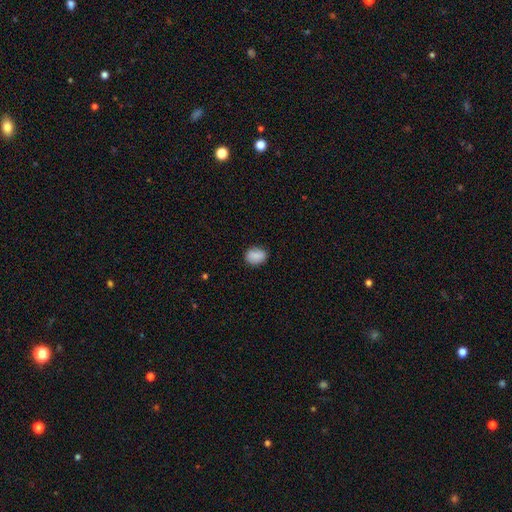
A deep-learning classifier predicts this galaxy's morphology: A smooth galaxy with no disk features (85%) that is in between round and cigar-shaped (59%).

Vote fractions:
- Smooth or featured? smooth: 85% / star or artifact: 8% / featured or disk: 7%
- How rounded? in between: 59% / round: 40% / cigar-shaped: 1%
- Merging? none: 84% / minor disturbance: 13% / major disturbance: 3% / merger: 1%